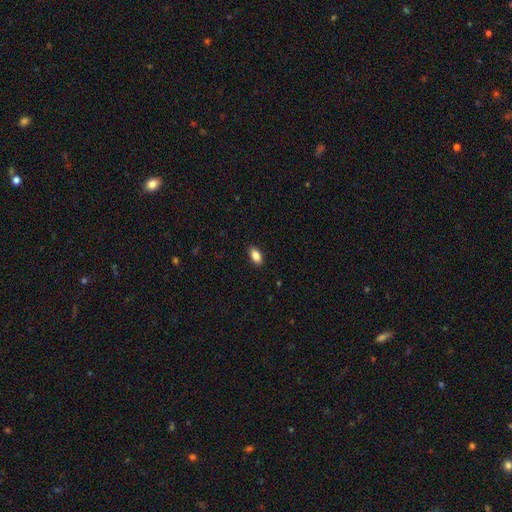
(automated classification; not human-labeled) smooth 86%, star or artifact 8%, featured or disk 7%. Down the decision tree: how rounded — in between (91%); merging — none (90%).